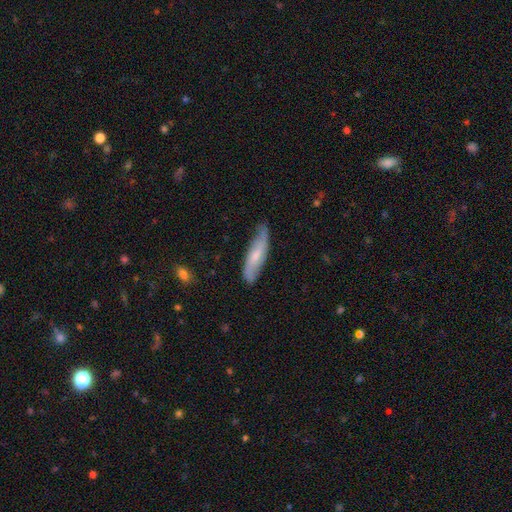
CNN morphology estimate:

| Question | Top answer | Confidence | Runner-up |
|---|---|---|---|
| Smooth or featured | featured or disk | 53% | smooth (41%) |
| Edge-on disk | no | 70% | yes (30%) |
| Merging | none | 72% | minor disturbance (23%) |